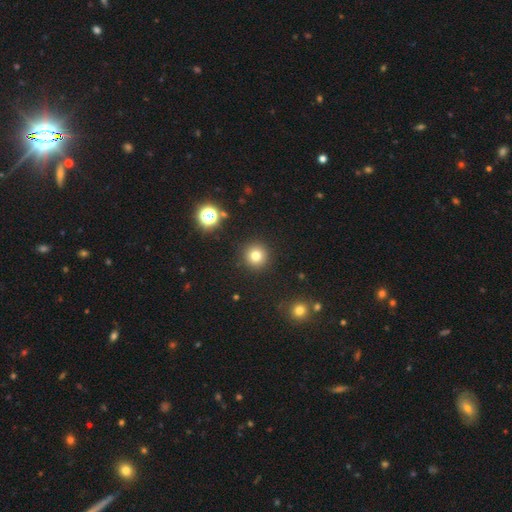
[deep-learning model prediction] Smooth or featured? Predicted: smooth (p=0.77). How rounded? Predicted: round (p=0.95). Merging? Predicted: none (p=0.91).